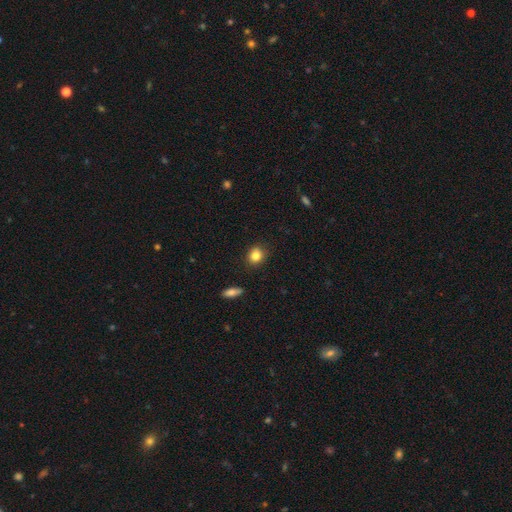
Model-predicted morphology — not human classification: type=smooth (84%); roundness=round (70%); merging=none (87%).